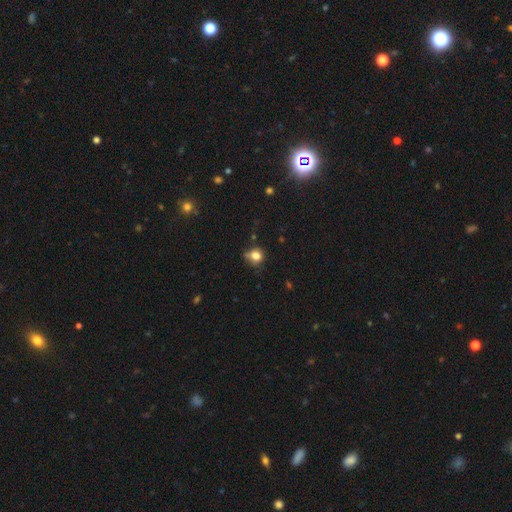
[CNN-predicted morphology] This appears to be a smooth galaxy with no disk features (79%) that is round (79%). Merging: none (59%).